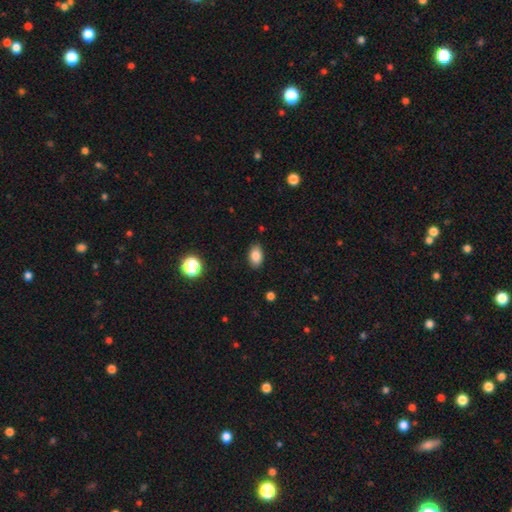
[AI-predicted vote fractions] Smooth or featured? Predicted: smooth (p=0.85). How rounded? Predicted: in between (p=0.88). Merging? Predicted: none (p=0.86).